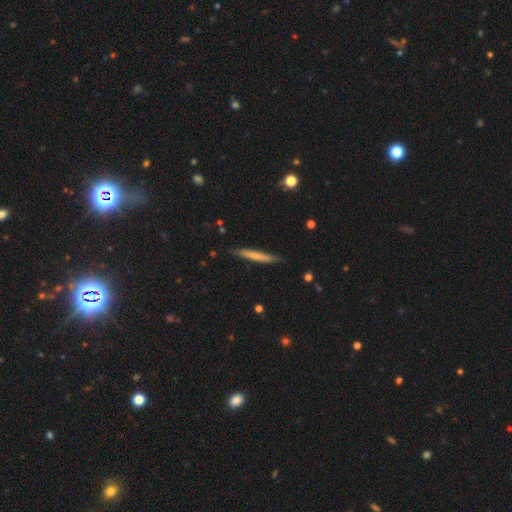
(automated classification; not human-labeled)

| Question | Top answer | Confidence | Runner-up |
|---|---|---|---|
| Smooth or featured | smooth | 60% | featured or disk (35%) |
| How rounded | cigar-shaped | 96% | in between (3%) |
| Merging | none | 85% | minor disturbance (11%) |